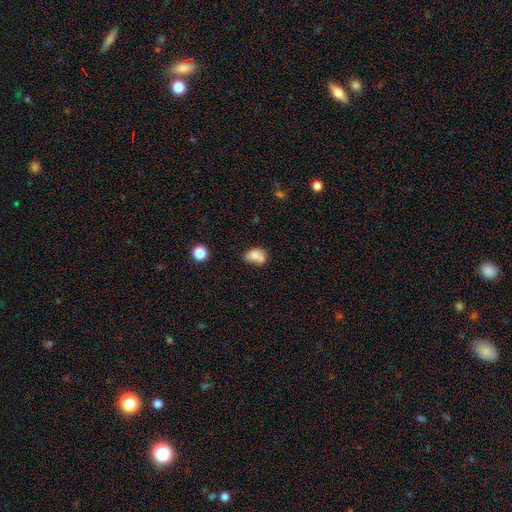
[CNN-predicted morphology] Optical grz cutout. It shows a smooth galaxy with no disk features (78%) that is in between round and cigar-shaped (75%). Merging: none (40%).